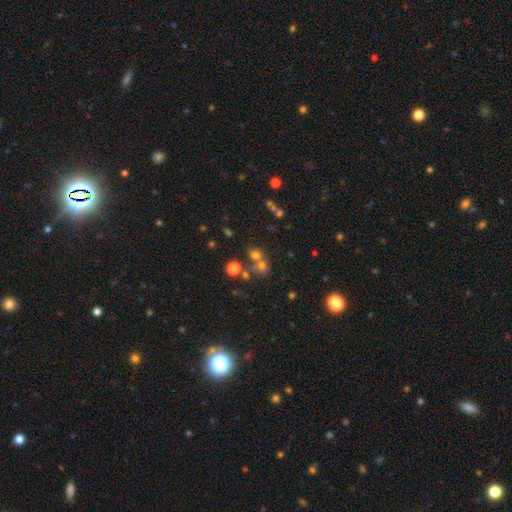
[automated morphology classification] type=smooth (60%); roundness=round (74%); merging=none (49%).